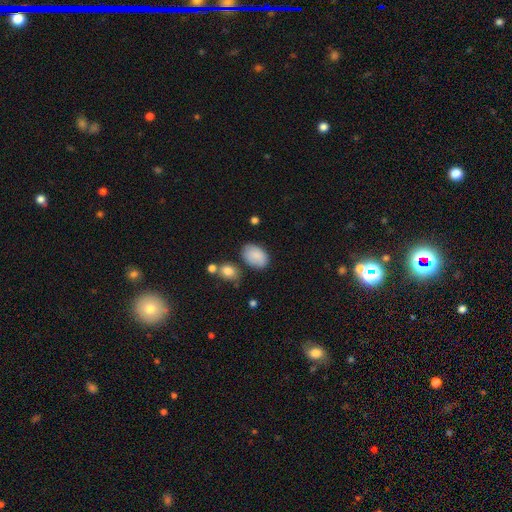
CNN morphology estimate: Smooth or featured? smooth (85%)
How rounded? in between (89%)
Merging? none (71%)